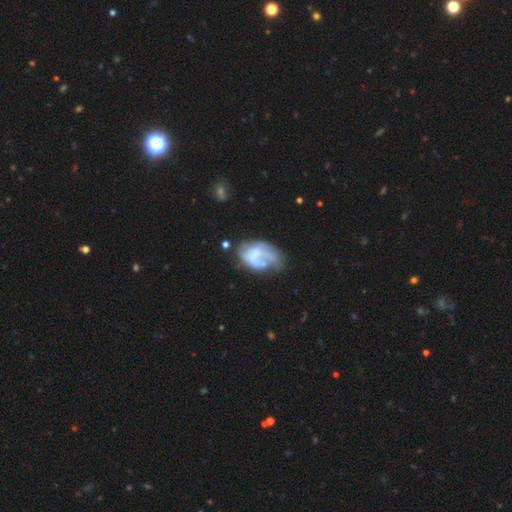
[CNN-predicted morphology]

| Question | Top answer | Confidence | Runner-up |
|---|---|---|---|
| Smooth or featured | featured or disk | 51% | smooth (41%) |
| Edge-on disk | no | 97% | yes (3%) |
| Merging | major disturbance | 33% | none (29%) |